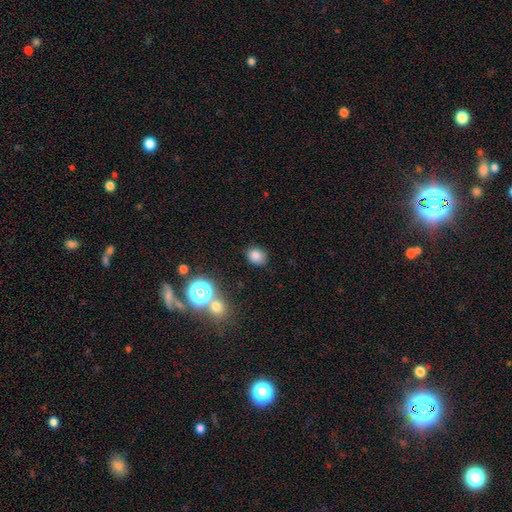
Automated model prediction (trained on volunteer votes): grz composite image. It shows a smooth galaxy with no disk features (80%) that is in between round and cigar-shaped (52%). Merging: none (81%).